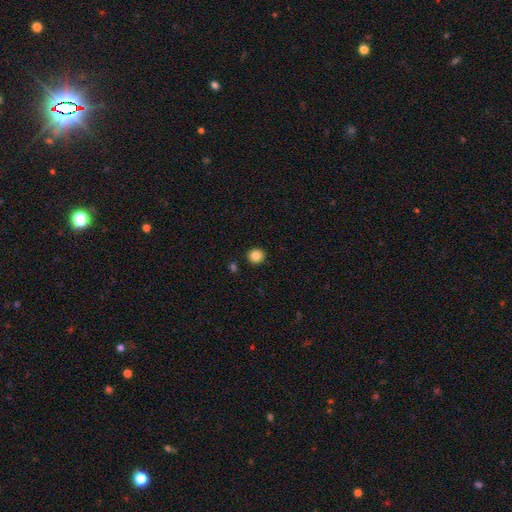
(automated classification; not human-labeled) Smooth or featured: smooth — 84% (star or artifact — 10%)
How rounded: round — 90% (in between — 9%)
Merging: none — 91% (minor disturbance — 6%)